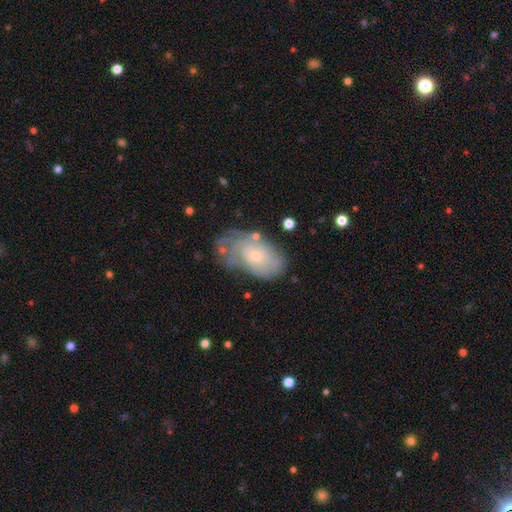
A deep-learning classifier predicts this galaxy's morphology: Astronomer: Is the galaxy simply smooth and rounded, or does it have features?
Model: featured or disk — 71%.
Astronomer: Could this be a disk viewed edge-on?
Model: no — 96%.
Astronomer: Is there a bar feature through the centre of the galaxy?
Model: no — 79%.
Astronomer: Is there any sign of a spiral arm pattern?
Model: yes — 86%.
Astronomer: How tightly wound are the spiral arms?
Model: tight — 68%.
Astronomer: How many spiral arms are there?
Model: can't tell — 57%.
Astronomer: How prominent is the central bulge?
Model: small — 72%.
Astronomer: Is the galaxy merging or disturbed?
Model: none — 59%.